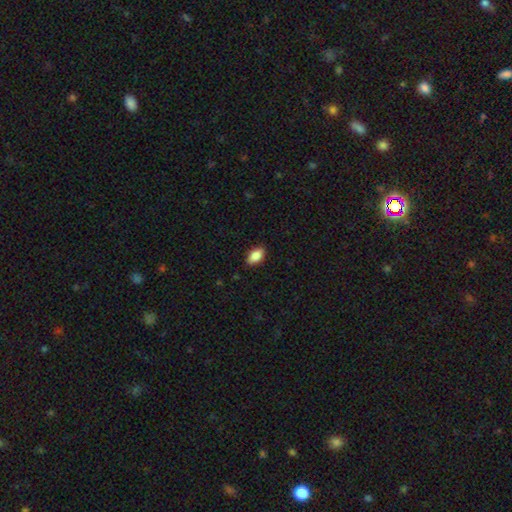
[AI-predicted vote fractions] The model was most divided on "merging": none: 88%, minor disturbance: 10%, major disturbance: 2%, merger: 1%. More confident: how rounded — in between (92%); smooth or featured — smooth (87%).